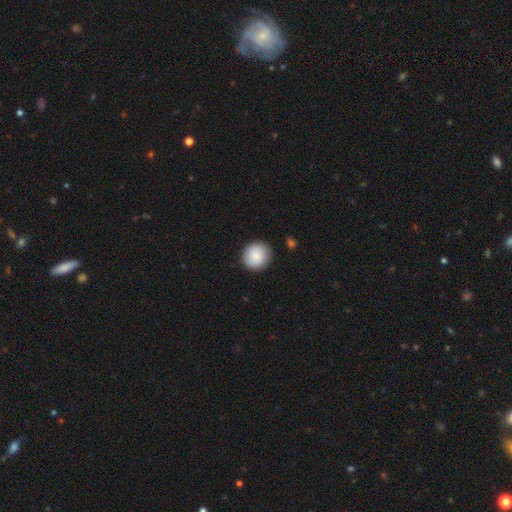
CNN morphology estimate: Overall: smooth (84%). How rounded: round (91%). Merging: none (88%).